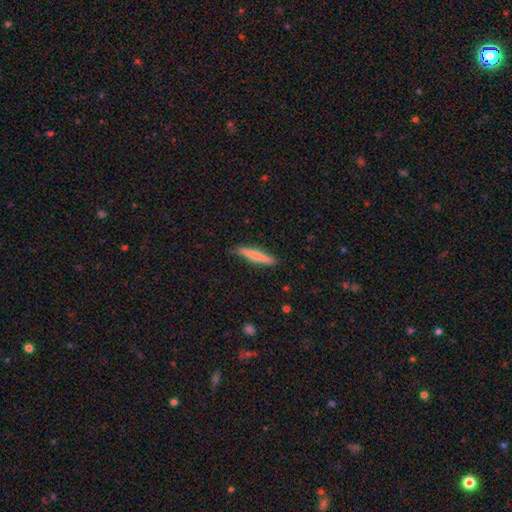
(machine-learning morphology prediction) smooth-or-featured: smooth: 72% | featured or disk: 23% | star or artifact: 6%
  how-rounded: cigar-shaped: 93% | in between: 5% | round: 1%
  merging: none: 86% | minor disturbance: 11% | major disturbance: 2% | merger: 1%